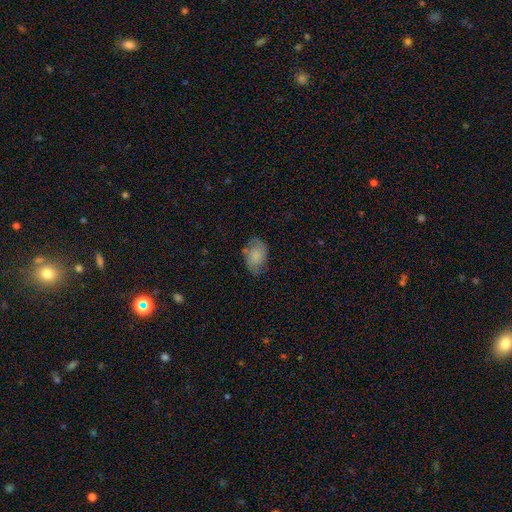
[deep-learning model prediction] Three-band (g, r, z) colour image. It shows a smooth galaxy with no disk features (62%) that is in between round and cigar-shaped (86%). Merging: none (62%).